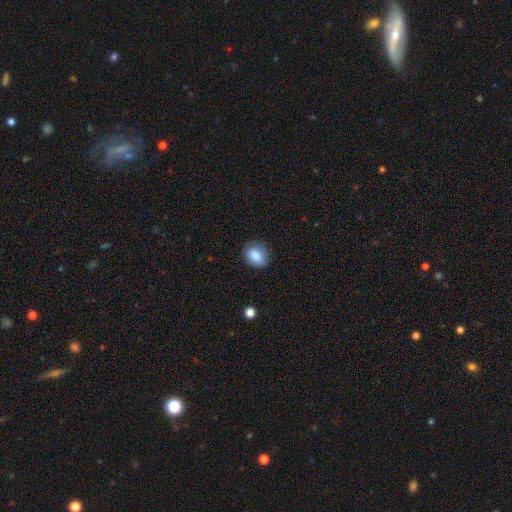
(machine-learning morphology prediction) smooth_or_featured: smooth (p=0.85) [alt: star or artifact p=0.08]
how_rounded: round (p=0.50) [alt: in between p=0.49]
merging: none (p=0.75) [alt: minor disturbance p=0.19]